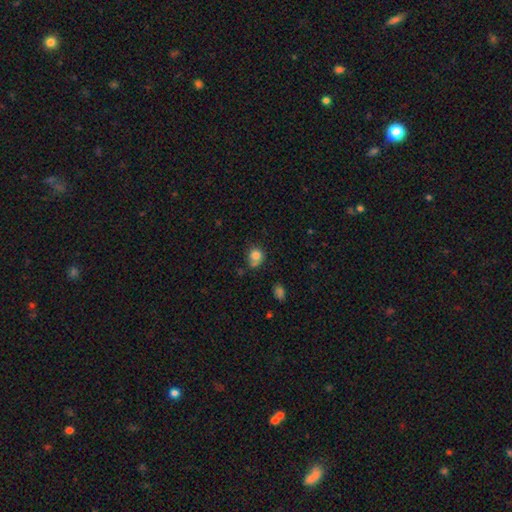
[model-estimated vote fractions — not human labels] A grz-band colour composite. It shows a smooth galaxy with no disk features (81%) that is round (75%). Merging: none (52%).